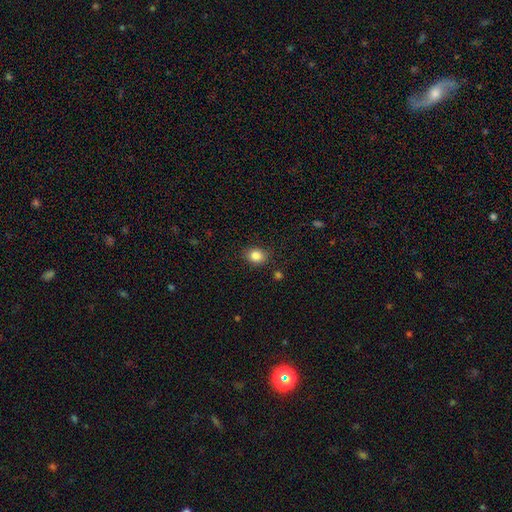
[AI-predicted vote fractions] Overall: smooth (85%). How rounded: round (53%; in between 46%). Merging: none (85%).